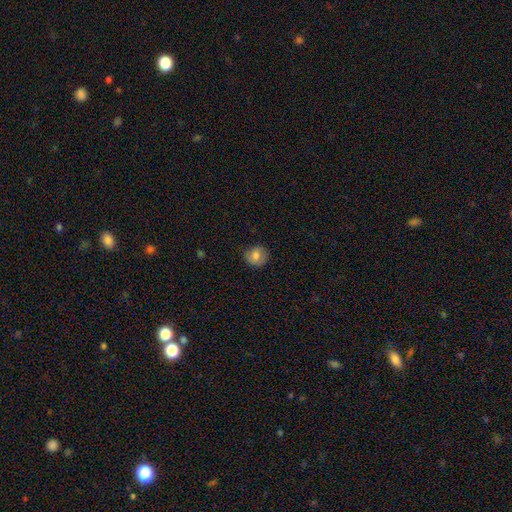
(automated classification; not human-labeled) smooth_or_featured: smooth (p=0.79) [alt: featured or disk p=0.12]
how_rounded: round (p=0.82) [alt: in between p=0.17]
merging: none (p=0.79) [alt: minor disturbance p=0.17]